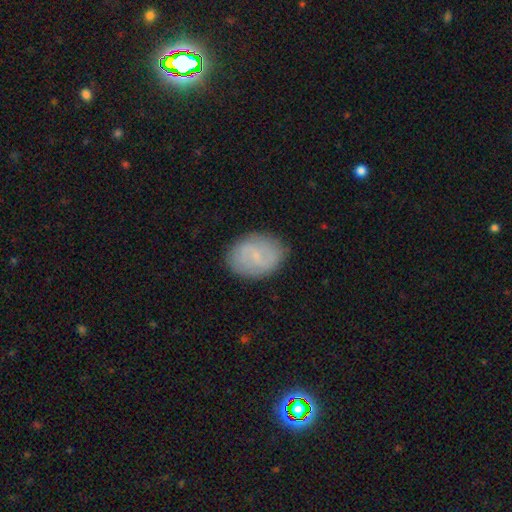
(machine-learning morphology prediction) Smooth or featured?
  - featured or disk: 47% *
  - smooth: 45%
  - star or artifact: 8%
Merging?
  - none: 85% *
  - minor disturbance: 11%
  - major disturbance: 3%
  - merger: 1%